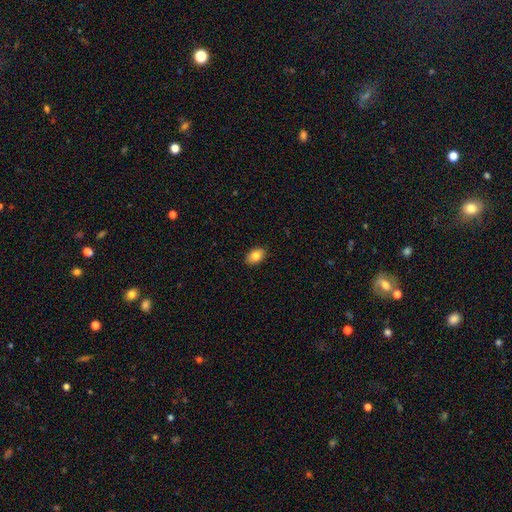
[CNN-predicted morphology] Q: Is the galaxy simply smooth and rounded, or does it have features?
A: smooth — 84%.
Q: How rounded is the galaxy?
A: in between — 83%.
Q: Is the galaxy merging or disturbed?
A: none — 89%.